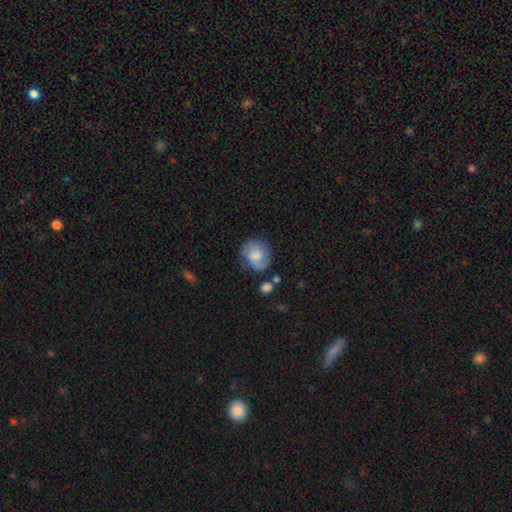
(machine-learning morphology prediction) smooth_or_featured: smooth (p=0.58) [alt: featured or disk p=0.34]
how_rounded: round (p=0.69) [alt: in between p=0.30]
merging: none (p=0.66) [alt: minor disturbance p=0.22]